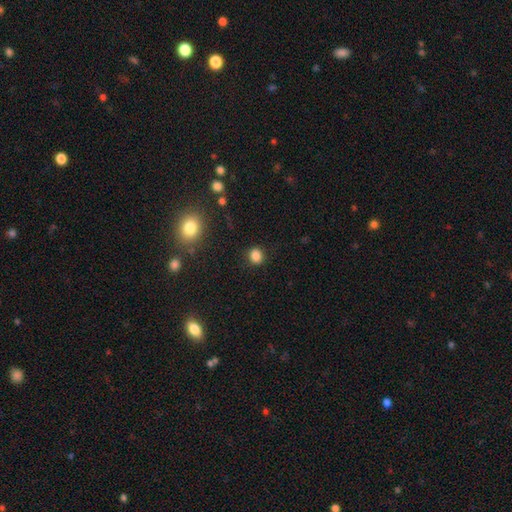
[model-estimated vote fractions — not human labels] smooth-or-featured: smooth: 84% | star or artifact: 12% | featured or disk: 4%
  how-rounded: round: 68% | in between: 31% | cigar-shaped: 1%
  merging: none: 87% | minor disturbance: 9% | major disturbance: 3% | merger: 2%